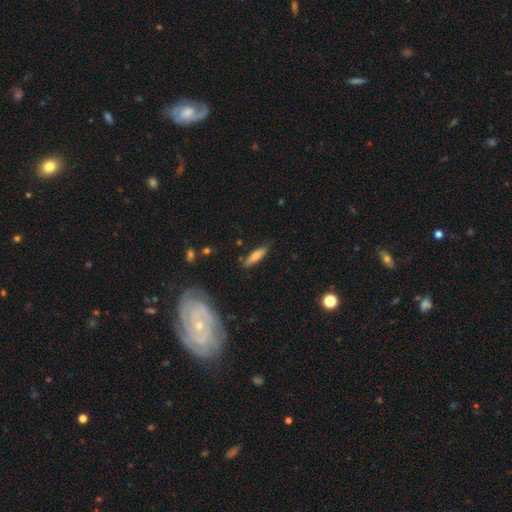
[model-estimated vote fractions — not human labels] A smooth galaxy with no disk features (70%) that is cigar-shaped (65%).

Vote fractions:
- Smooth or featured? smooth: 70% / featured or disk: 24% / star or artifact: 6%
- How rounded? cigar-shaped: 65% / in between: 33% / round: 2%
- Merging? none: 82% / minor disturbance: 13% / major disturbance: 3% / merger: 2%